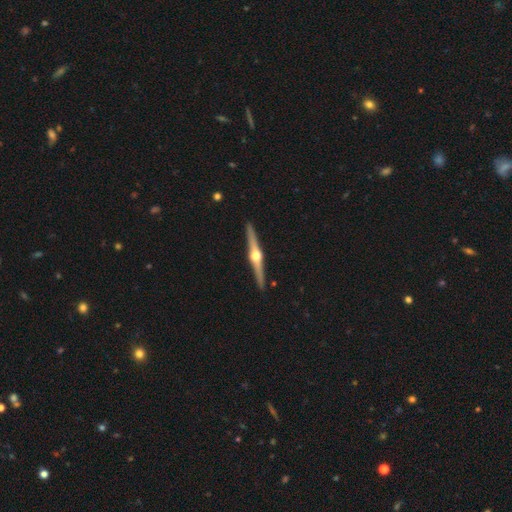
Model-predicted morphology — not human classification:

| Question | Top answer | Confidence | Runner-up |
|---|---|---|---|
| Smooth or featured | featured or disk | 84% | smooth (11%) |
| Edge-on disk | yes | 99% | no (1%) |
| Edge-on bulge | rounded | 97% | boxy (2%) |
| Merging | none | 92% | minor disturbance (6%) |